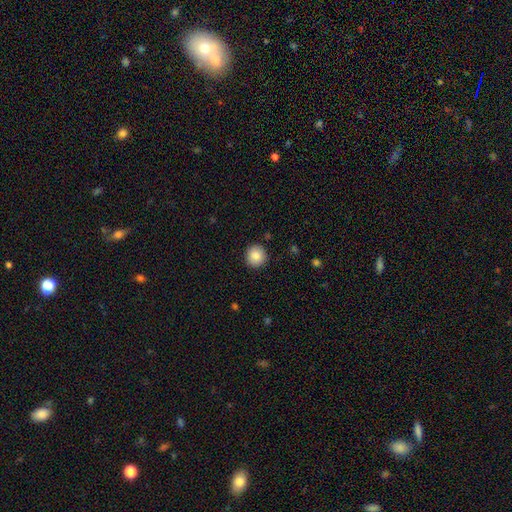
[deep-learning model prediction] Q: Smooth or featured?
A: smooth (86%); runner-up: star or artifact (8%)
Q: How rounded?
A: round (93%); runner-up: in between (6%)
Q: Merging?
A: none (91%); runner-up: minor disturbance (6%)